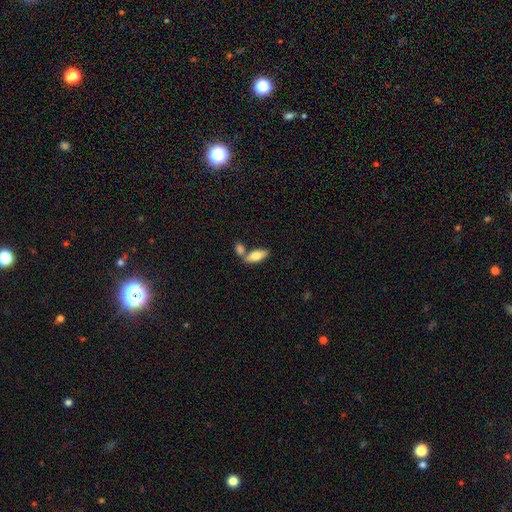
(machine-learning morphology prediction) Overall: smooth (77%). How rounded: in between (79%). Merging: none (50%; merger 36%).